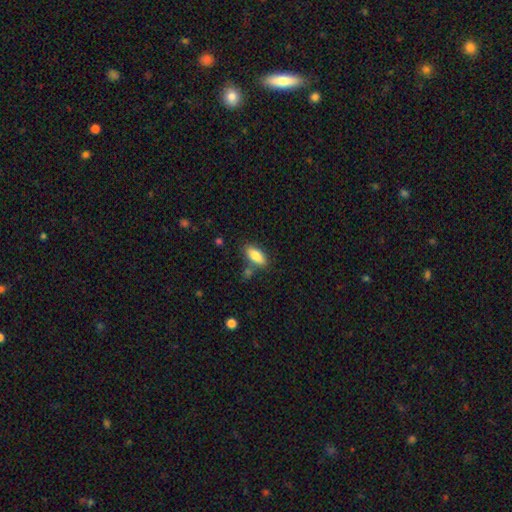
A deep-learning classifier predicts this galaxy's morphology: Q: Smooth or featured?
A: smooth (84%); runner-up: featured or disk (9%)
Q: How rounded?
A: in between (84%); runner-up: cigar-shaped (14%)
Q: Merging?
A: none (73%); runner-up: minor disturbance (14%)